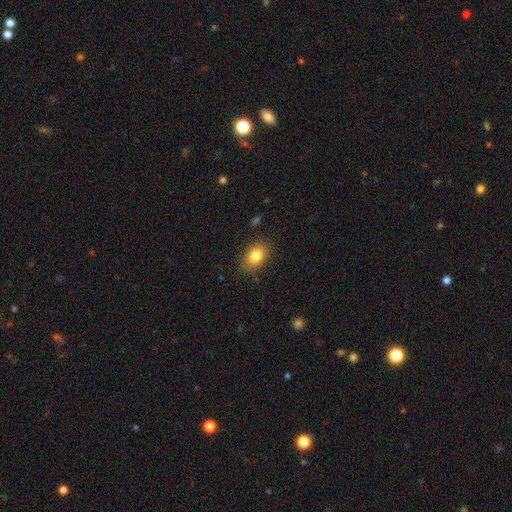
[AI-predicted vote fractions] Smooth or featured? smooth (83%)
How rounded? in between (79%)
Merging? none (84%)